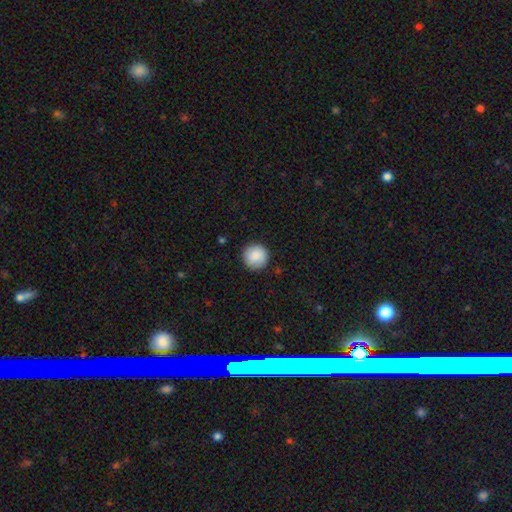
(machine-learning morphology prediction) smooth 88%, star or artifact 7%, featured or disk 5%. Down the decision tree: how rounded — round (95%); merging — none (89%).